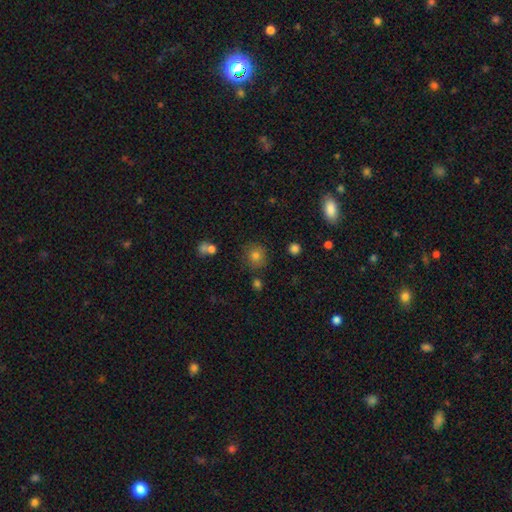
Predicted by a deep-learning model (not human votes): The model was most divided on "smooth or featured": smooth: 77%, star or artifact: 15%, featured or disk: 8%. More confident: how rounded — round (89%); merging — none (83%).